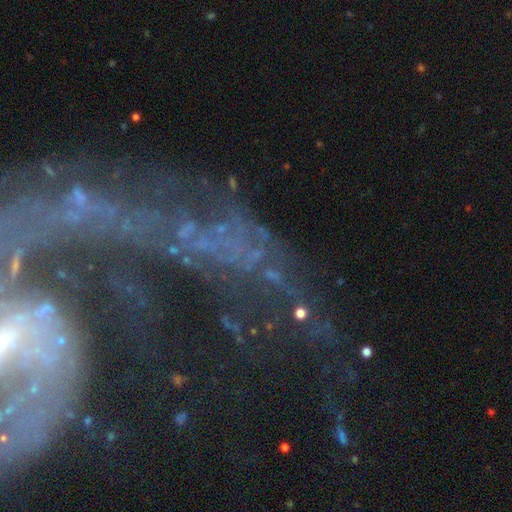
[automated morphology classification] This appears to be a featured or disk galaxy (51%). Merging: none (43%).